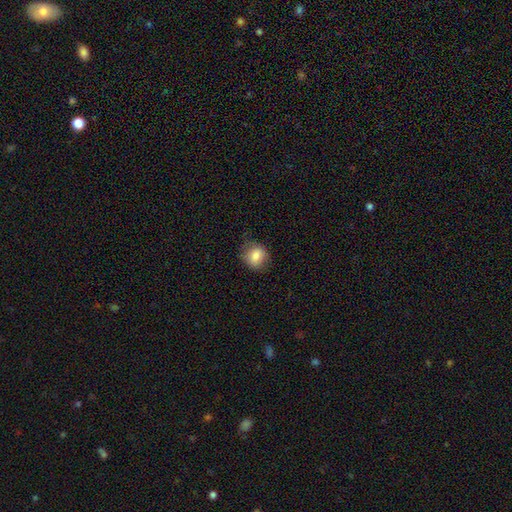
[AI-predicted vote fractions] Morphology: type=smooth (81%); roundness=round (74%); merging=none (76%).